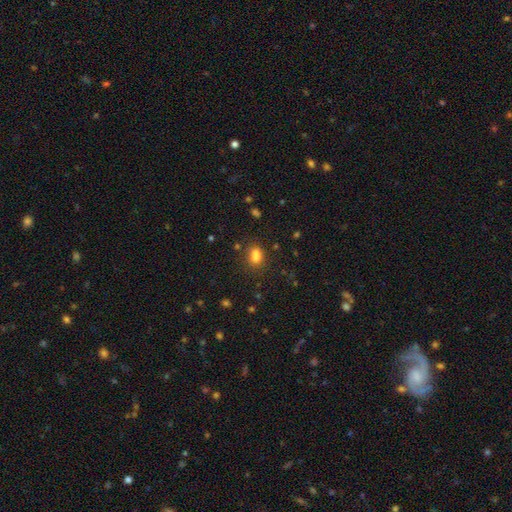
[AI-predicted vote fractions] The model was most divided on "merging": none: 62%, merger: 17%, minor disturbance: 15%, major disturbance: 6%. More confident: smooth or featured — smooth (77%); how rounded — in between (71%).